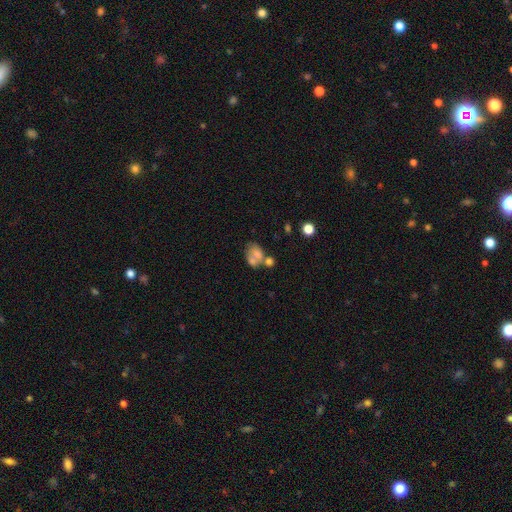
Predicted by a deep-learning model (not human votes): Smooth or featured? smooth (58%)
How rounded? in between (68%)
Merging? merger (50%)